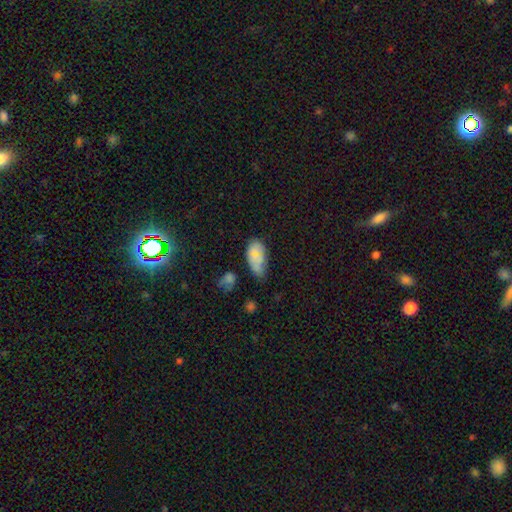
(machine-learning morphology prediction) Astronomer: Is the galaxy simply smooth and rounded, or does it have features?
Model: smooth — 78%.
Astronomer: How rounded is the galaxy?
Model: in between — 92%.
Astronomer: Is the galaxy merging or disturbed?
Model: none — 39%, tied with minor disturbance at 39%.